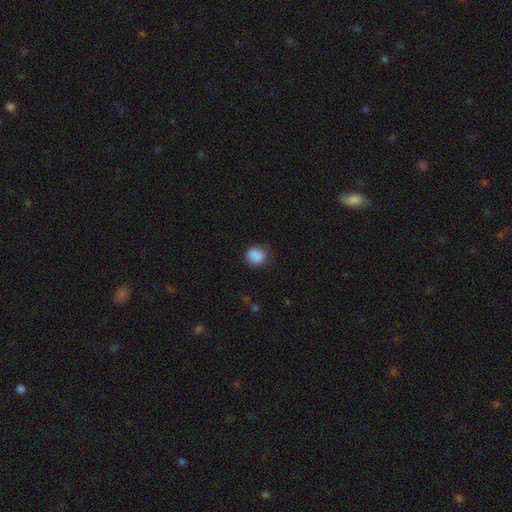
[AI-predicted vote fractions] Morphology: type=smooth (87%); roundness=round (78%); merging=none (76%).